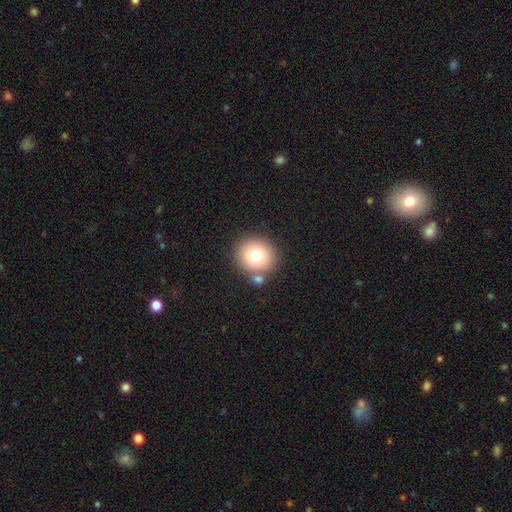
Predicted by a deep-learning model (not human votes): Morphology: type=smooth (76%); roundness=round (86%); merging=none (76%).